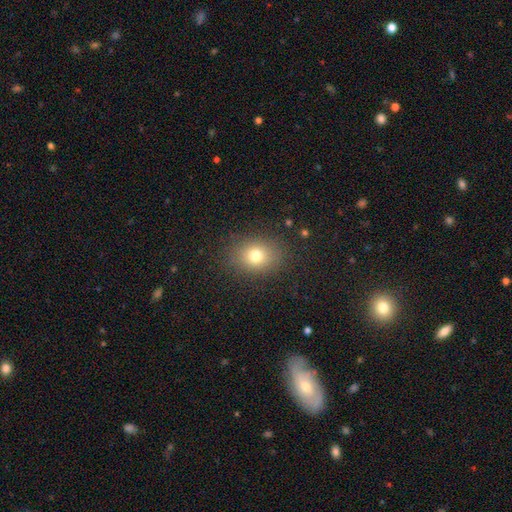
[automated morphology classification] Q: Smooth or featured?
A: smooth (76%); runner-up: star or artifact (13%)
Q: How rounded?
A: round (50%); runner-up: in between (49%)
Q: Merging?
A: none (86%); runner-up: minor disturbance (9%)